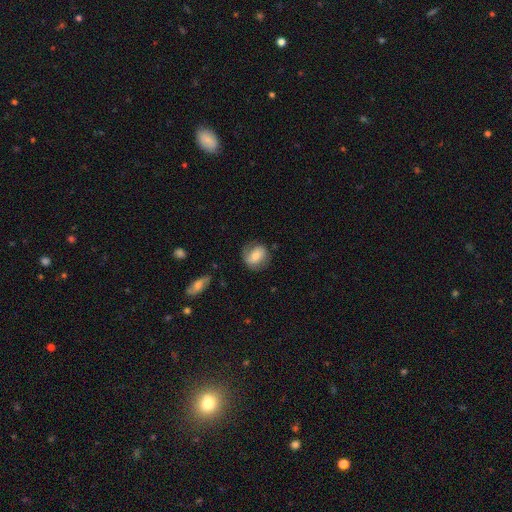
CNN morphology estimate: Smooth or featured?
  - smooth: 55% *
  - featured or disk: 37%
  - star or artifact: 8%
How rounded?
  - round: 67% *
  - in between: 31%
  - cigar-shaped: 2%
Merging?
  - none: 74% *
  - minor disturbance: 18%
  - major disturbance: 6%
  - merger: 2%